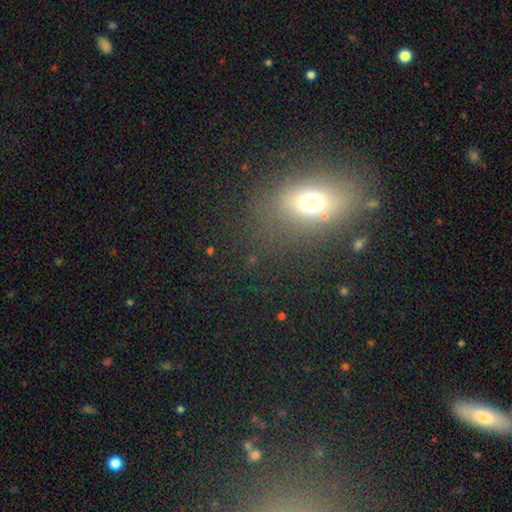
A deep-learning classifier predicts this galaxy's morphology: Smooth or featured?
  - smooth: 58% *
  - star or artifact: 25%
  - featured or disk: 17%
How rounded?
  - in between: 75% *
  - round: 20%
  - cigar-shaped: 5%
Merging?
  - none: 77% *
  - minor disturbance: 14%
  - major disturbance: 6%
  - merger: 3%